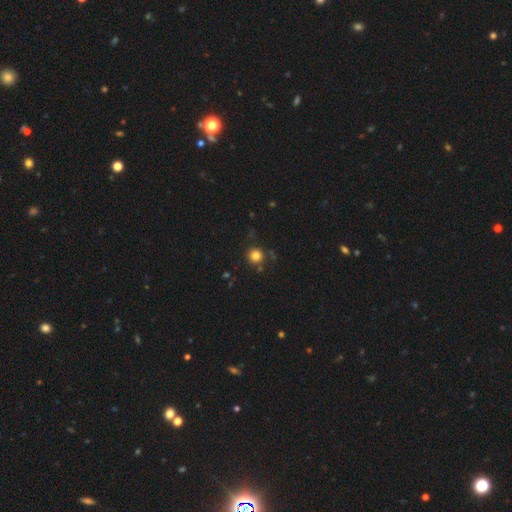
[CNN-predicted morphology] type=smooth (81%); roundness=round (93%); merging=none (84%).